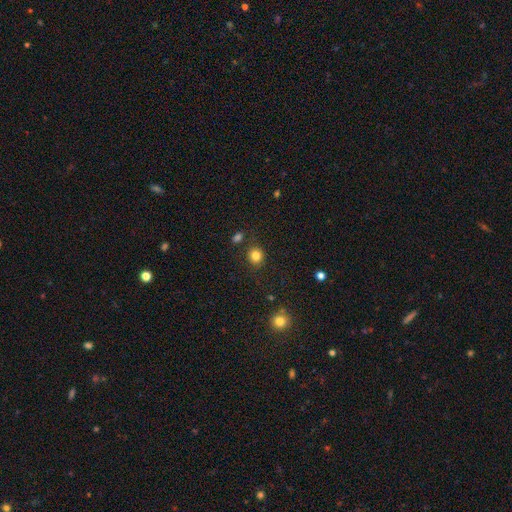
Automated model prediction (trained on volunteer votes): Smooth or featured? smooth (83%)
How rounded? round (84%)
Merging? none (84%)